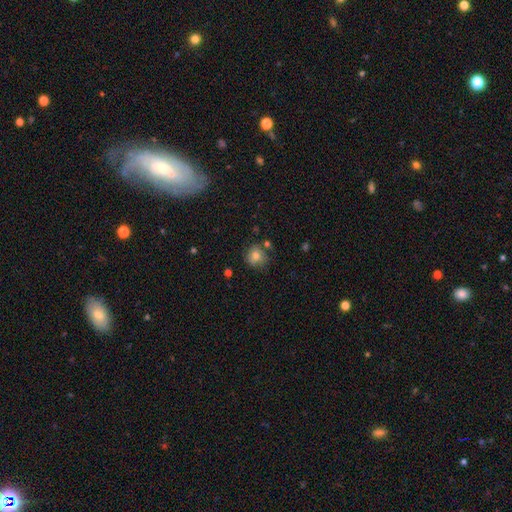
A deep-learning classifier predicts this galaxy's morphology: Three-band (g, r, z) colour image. It shows a smooth galaxy with no disk features (77%) that is round (82%). Merging: none (68%).